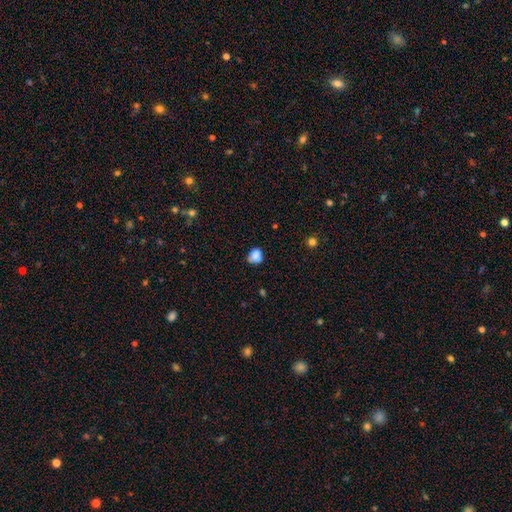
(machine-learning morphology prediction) A smooth galaxy with no disk features (84%) that is round (62%).

Vote fractions:
- Smooth or featured? smooth: 84% / star or artifact: 10% / featured or disk: 6%
- How rounded? round: 62% / in between: 37% / cigar-shaped: 1%
- Merging? none: 64% / minor disturbance: 27% / major disturbance: 5% / merger: 3%